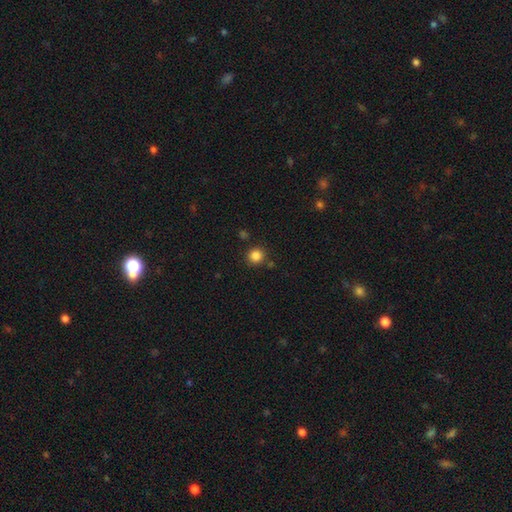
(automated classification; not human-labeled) The model was most divided on "smooth or featured": smooth: 85%, star or artifact: 11%, featured or disk: 4%. More confident: how rounded — round (92%); merging — none (86%).